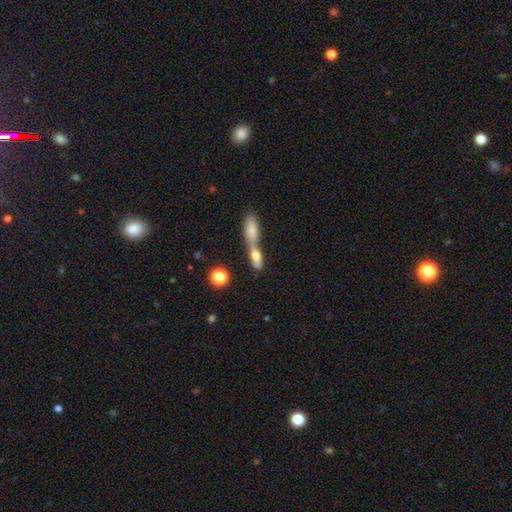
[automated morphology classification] The model was most divided on "how rounded": in between: 55%, cigar-shaped: 31%, round: 14%. More confident: merging — merger (70%); smooth or featured — smooth (69%).